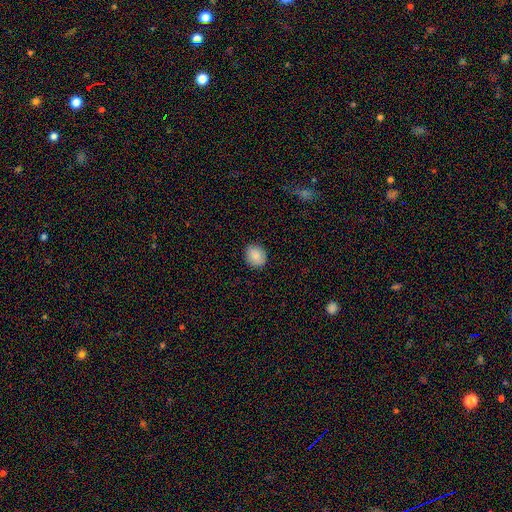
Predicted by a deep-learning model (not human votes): Smooth or featured? smooth (87%)
How rounded? round (68%)
Merging? none (90%)